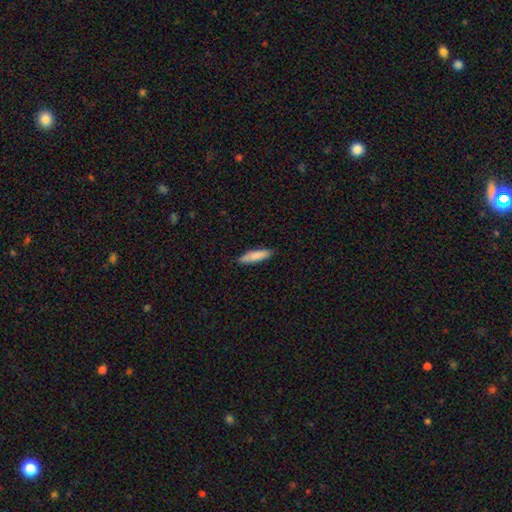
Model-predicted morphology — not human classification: Q: Smooth or featured?
A: smooth (85%); runner-up: featured or disk (10%)
Q: How rounded?
A: cigar-shaped (69%); runner-up: in between (29%)
Q: Merging?
A: none (86%); runner-up: minor disturbance (11%)